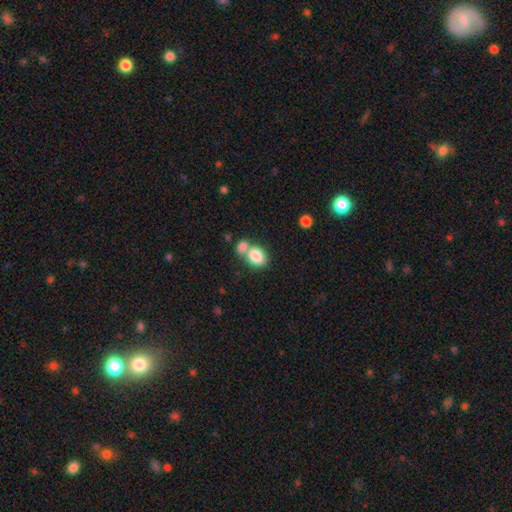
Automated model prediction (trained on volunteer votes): Q: Smooth or featured?
A: smooth (83%); runner-up: featured or disk (8%)
Q: How rounded?
A: in between (62%); runner-up: round (37%)
Q: Merging?
A: merger (49%); runner-up: none (38%)